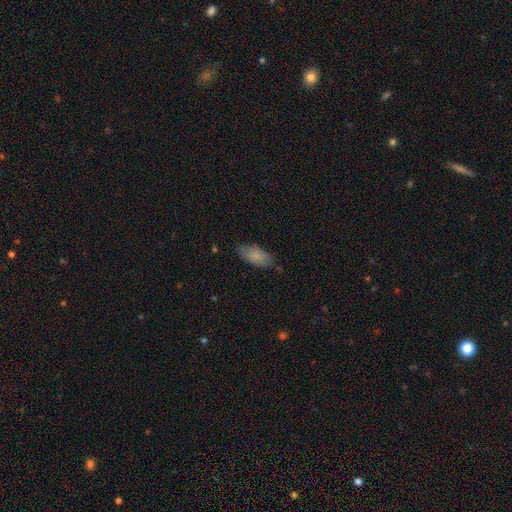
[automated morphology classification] This is clearly a smooth galaxy (84%). How rounded: clearly in between (88%). Merging: likely none (78%).